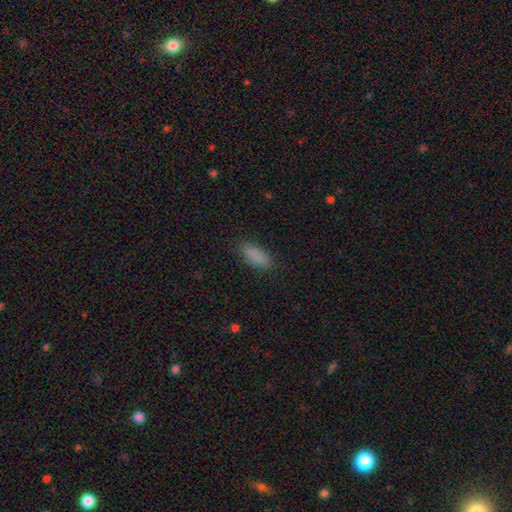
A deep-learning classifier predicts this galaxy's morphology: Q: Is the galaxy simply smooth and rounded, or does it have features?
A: smooth — 87%.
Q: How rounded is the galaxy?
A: in between — 80%.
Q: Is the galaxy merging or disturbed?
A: none — 85%.